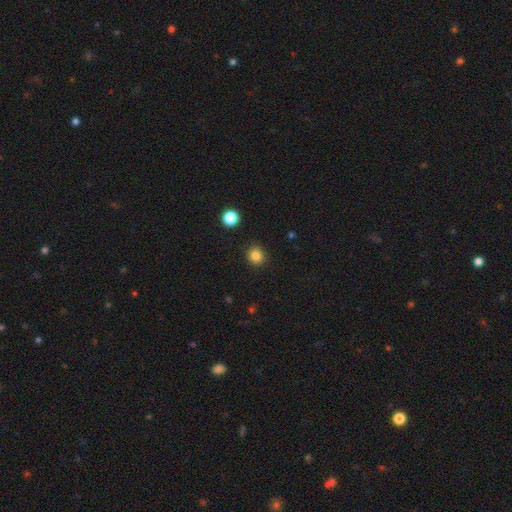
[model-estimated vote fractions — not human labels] A smooth galaxy with no disk features (83%) that is round (90%).

Vote fractions:
- Smooth or featured? smooth: 83% / star or artifact: 12% / featured or disk: 4%
- How rounded? round: 90% / in between: 9% / cigar-shaped: 1%
- Merging? none: 91% / minor disturbance: 6% / major disturbance: 2% / merger: 1%